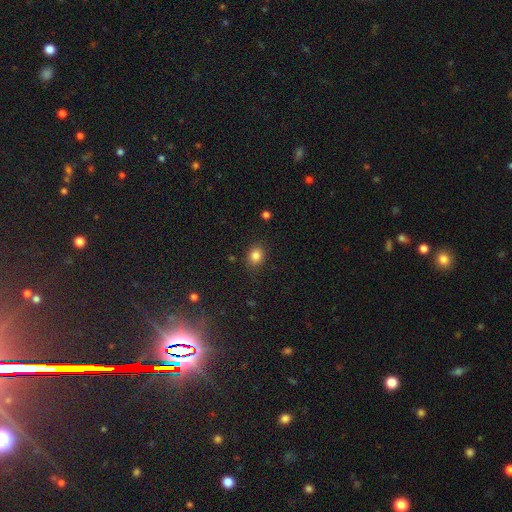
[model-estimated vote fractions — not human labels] Overall: smooth (84%). How rounded: round (63%; in between 36%). Merging: none (86%).